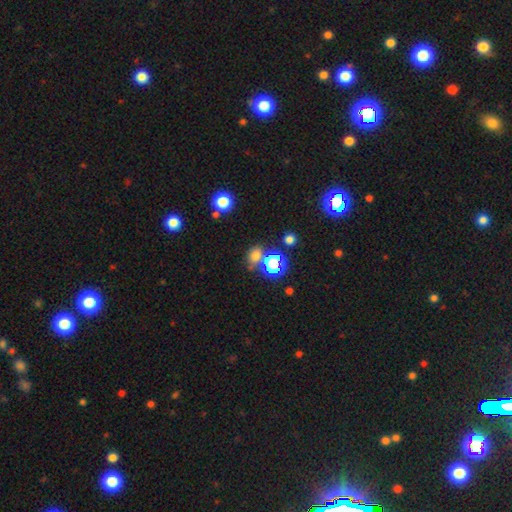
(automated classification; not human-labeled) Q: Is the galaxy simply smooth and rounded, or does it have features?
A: smooth — 65%.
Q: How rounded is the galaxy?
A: round — 58%.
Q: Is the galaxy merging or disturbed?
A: none — 60%.